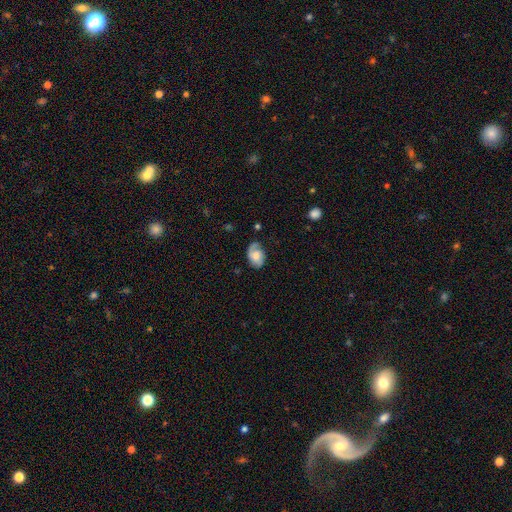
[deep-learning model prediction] smooth-or-featured: featured or disk: 51% | smooth: 41% | star or artifact: 8%
  disk-edge-on: no: 96% | yes: 4%
  merging: none: 64% | minor disturbance: 26% | major disturbance: 9% | merger: 2%